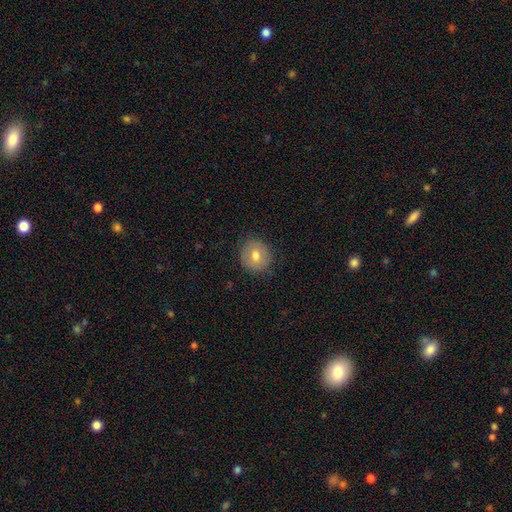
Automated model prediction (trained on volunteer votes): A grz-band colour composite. It shows a smooth galaxy with no disk features (73%) that is round (84%). Merging: none (85%).